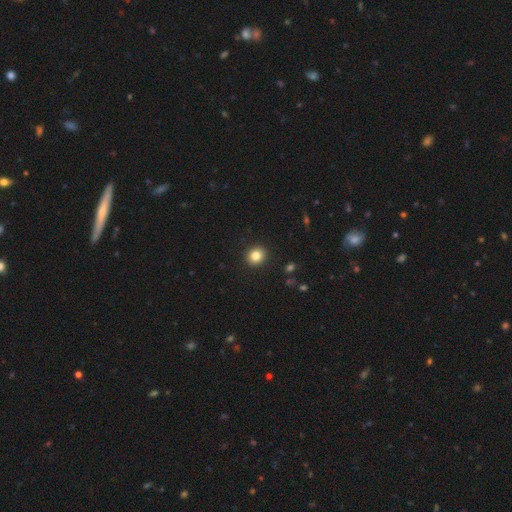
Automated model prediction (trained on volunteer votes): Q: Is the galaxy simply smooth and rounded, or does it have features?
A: smooth — 83%.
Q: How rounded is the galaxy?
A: round — 80%.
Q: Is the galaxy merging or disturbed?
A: none — 92%.